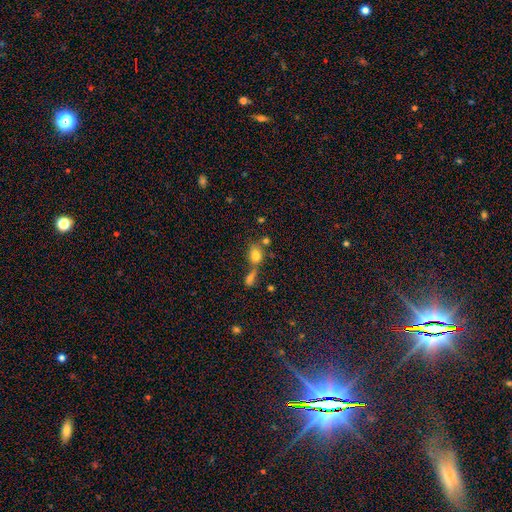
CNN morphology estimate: Smooth or featured? Predicted: smooth (p=0.73). How rounded? Predicted: in between (p=0.67). Merging? Predicted: merger (p=0.49).